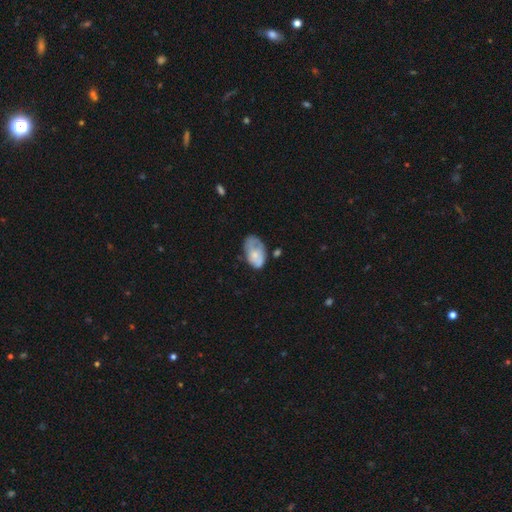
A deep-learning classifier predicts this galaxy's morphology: smooth-or-featured: smooth: 58% | featured or disk: 35% | star or artifact: 7%
  how-rounded: in between: 91% | round: 8% | cigar-shaped: 1%
  merging: none: 41% | minor disturbance: 35% | major disturbance: 19% | merger: 5%